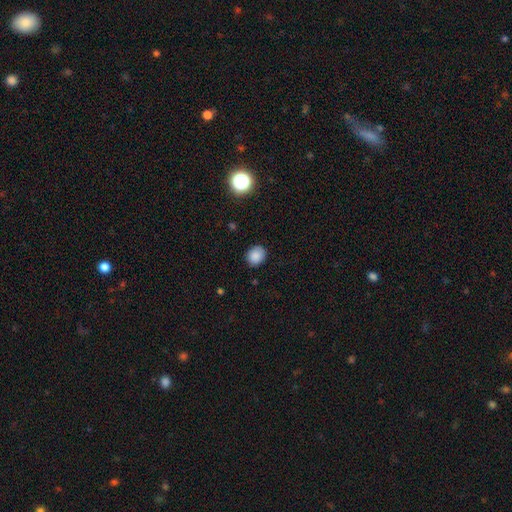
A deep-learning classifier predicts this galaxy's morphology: type=smooth (86%); roundness=round (65%); merging=none (86%).